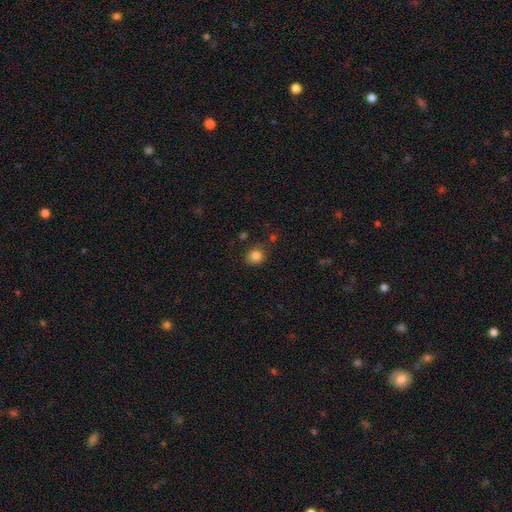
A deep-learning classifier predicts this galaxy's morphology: smooth-or-featured: smooth: 84% | star or artifact: 12% | featured or disk: 5%
  how-rounded: round: 74% | in between: 25% | cigar-shaped: 1%
  merging: none: 78% | minor disturbance: 14% | merger: 4% | major disturbance: 4%